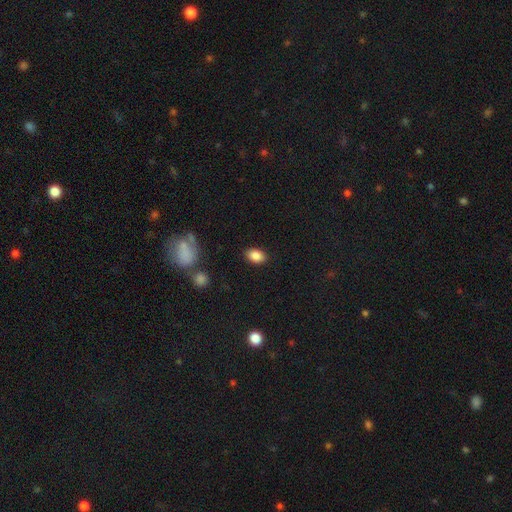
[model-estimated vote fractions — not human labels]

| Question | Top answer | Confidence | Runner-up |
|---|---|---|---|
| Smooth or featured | smooth | 87% | star or artifact (8%) |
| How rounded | in between | 85% | round (14%) |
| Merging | none | 86% | minor disturbance (9%) |